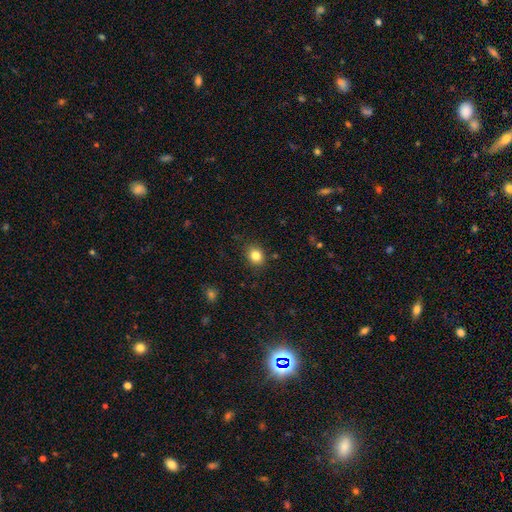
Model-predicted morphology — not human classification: type=smooth (83%); roundness=round (62%); merging=none (85%).